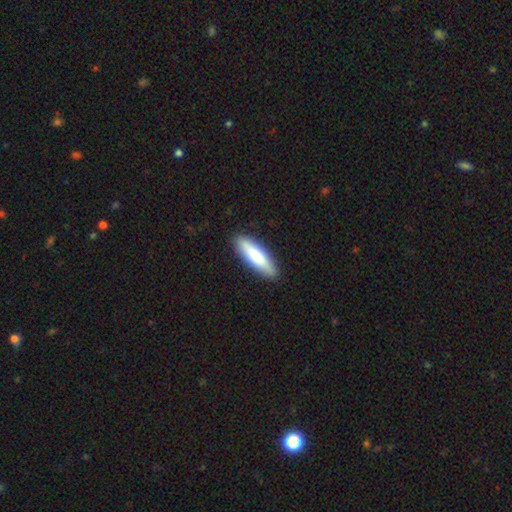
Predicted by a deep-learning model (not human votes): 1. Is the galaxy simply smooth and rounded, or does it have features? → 77% smooth, 18% featured or disk, 5% star or artifact.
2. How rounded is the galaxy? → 63% cigar-shaped, 36% in between, 2% round.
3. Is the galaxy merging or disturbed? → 89% none, 9% minor disturbance, 2% major disturbance, 1% merger.